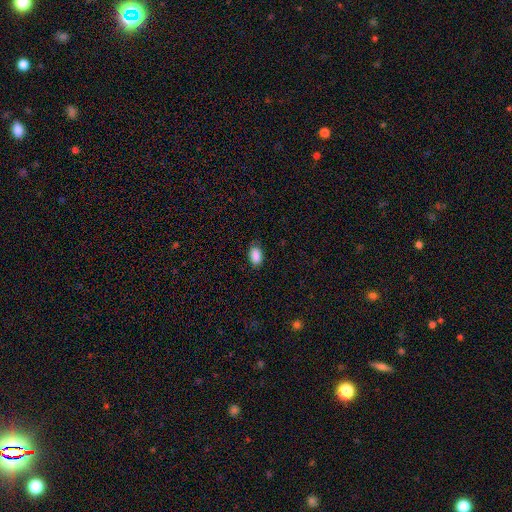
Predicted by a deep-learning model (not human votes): Smooth or featured: smooth — 89% (star or artifact — 8%)
How rounded: in between — 91% (round — 7%)
Merging: none — 81% (minor disturbance — 15%)